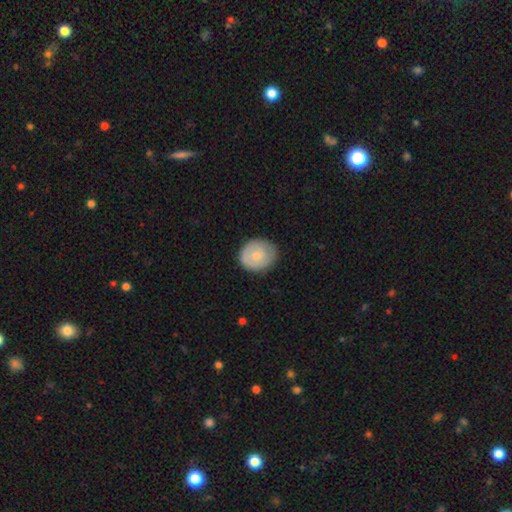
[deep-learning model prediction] The model was most divided on "smooth or featured": smooth: 71%, featured or disk: 23%, star or artifact: 6%. More confident: merging — none (79%); how rounded — round (77%).